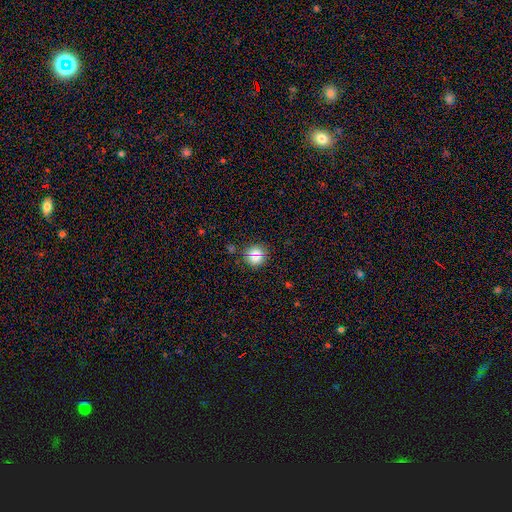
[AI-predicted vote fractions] smooth-or-featured: smooth: 76% | star or artifact: 14% | featured or disk: 10%
  how-rounded: round: 90% | in between: 9% | cigar-shaped: 1%
  merging: none: 76% | minor disturbance: 12% | merger: 8% | major disturbance: 4%